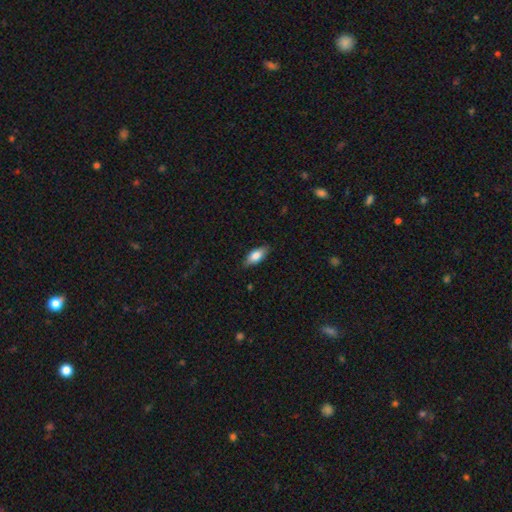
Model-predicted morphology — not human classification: This appears to be a smooth galaxy with no disk features (75%) that is in between round and cigar-shaped (80%). Merging: none (82%).